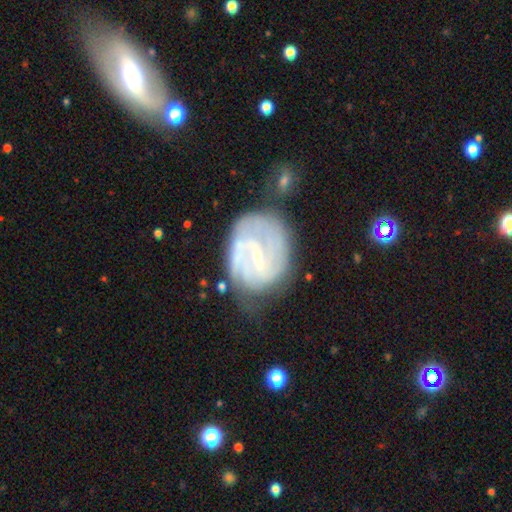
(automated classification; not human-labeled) Smooth or featured? featured or disk (81%)
Edge-on disk? no (98%)
Bar? weak (51%)
Spiral arms? yes (90%)
Spiral winding? tight (47%)
Spiral arm count? 2 (43%)
Bulge size? small (77%)
Merging? none (51%)